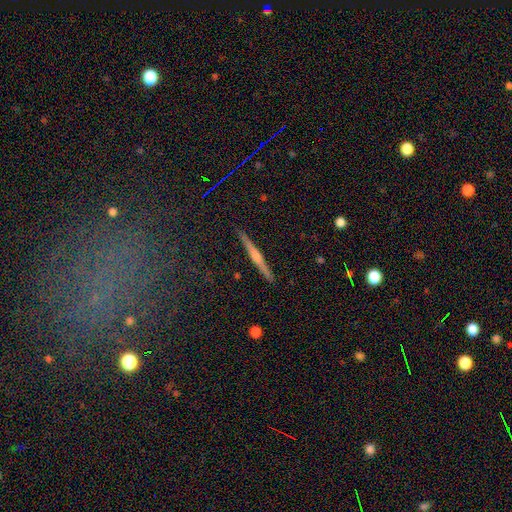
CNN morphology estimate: A featured or disk galaxy (58%) viewed edge-on (92%) with a rounded central bulge (57%).

Vote fractions:
- Smooth or featured? featured or disk: 58% / smooth: 25% / star or artifact: 17%
- Edge-on disk? yes: 92% / no: 8%
- Edge-on bulge? rounded: 57% / none: 34% / boxy: 9%
- Merging? none: 88% / minor disturbance: 7% / major disturbance: 3% / merger: 2%